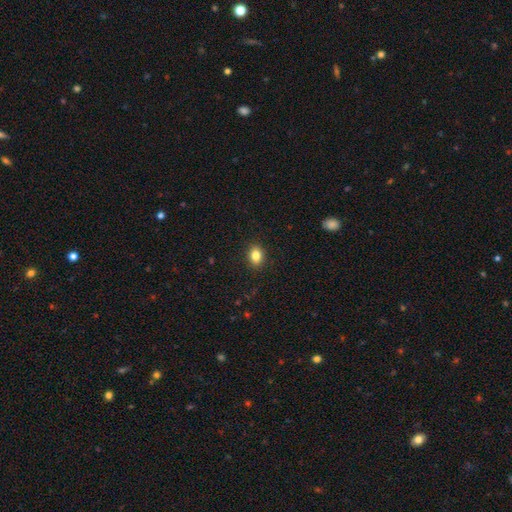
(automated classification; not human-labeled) The model was most divided on "how rounded": in between: 64%, round: 35%, cigar-shaped: 1%. More confident: merging — none (90%); smooth or featured — smooth (83%).